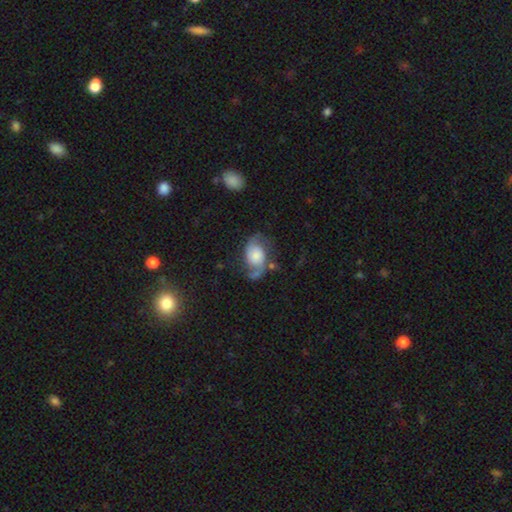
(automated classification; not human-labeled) Smooth or featured: featured or disk — 73% (smooth — 19%)
Edge-on disk: no — 97% (yes — 3%)
Bar: no — 67% (weak — 27%)
Spiral arms: yes — 94% (no — 6%)
Spiral winding: loose — 52% (medium — 37%)
Spiral arm count: 2 — 89% (1 — 4%)
Bulge size: large — 29% (moderate — 25%)
Merging: none — 55% (minor disturbance — 22%)